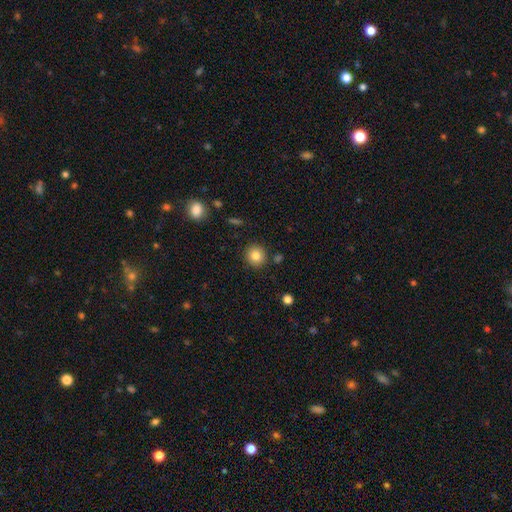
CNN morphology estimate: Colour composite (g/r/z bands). It shows a smooth galaxy with no disk features (83%) that is round (90%). Merging: none (88%).